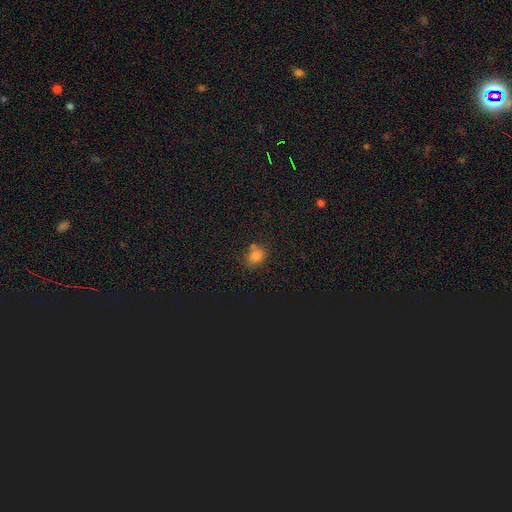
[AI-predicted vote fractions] Overall: smooth (78%). How rounded: round (53%; in between 45%). Merging: none (66%).